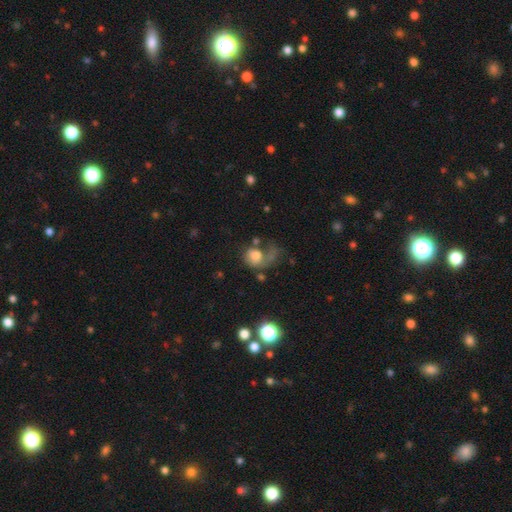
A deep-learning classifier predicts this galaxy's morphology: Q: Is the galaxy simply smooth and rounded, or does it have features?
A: smooth — 56%.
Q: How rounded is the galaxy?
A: round — 51%.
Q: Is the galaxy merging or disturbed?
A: major disturbance — 53%.